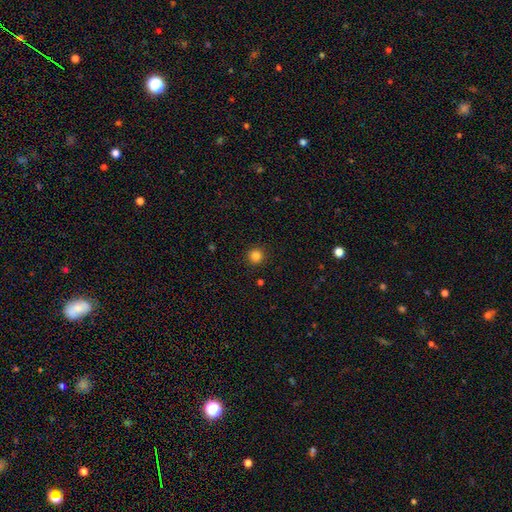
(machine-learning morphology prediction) smooth-or-featured: smooth: 84% | star or artifact: 12% | featured or disk: 3%
  how-rounded: round: 94% | in between: 5% | cigar-shaped: 1%
  merging: none: 91% | minor disturbance: 5% | major disturbance: 2% | merger: 1%